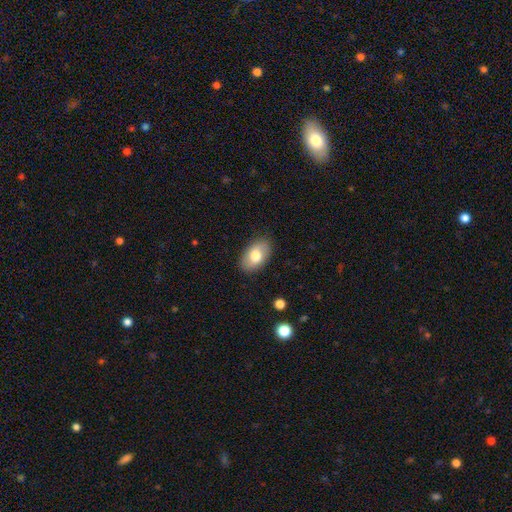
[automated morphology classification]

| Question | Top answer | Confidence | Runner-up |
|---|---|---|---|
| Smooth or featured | smooth | 73% | featured or disk (20%) |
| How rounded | in between | 92% | round (6%) |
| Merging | none | 86% | minor disturbance (11%) |